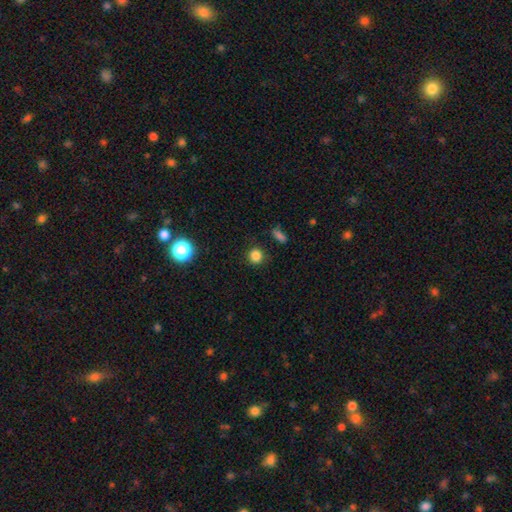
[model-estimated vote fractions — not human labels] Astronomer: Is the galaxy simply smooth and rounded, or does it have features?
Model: smooth — 83%.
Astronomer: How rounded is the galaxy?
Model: round — 91%.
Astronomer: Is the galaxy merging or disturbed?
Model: none — 89%.